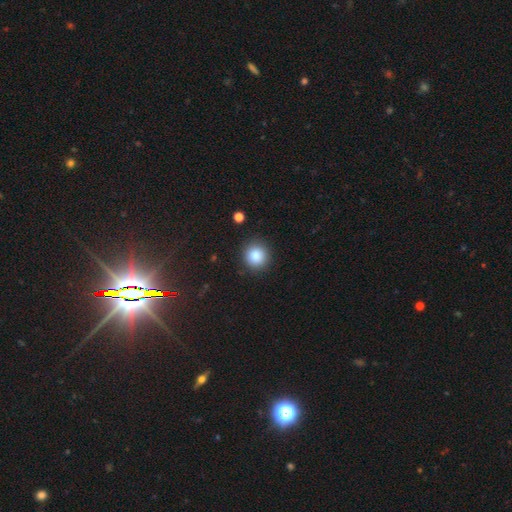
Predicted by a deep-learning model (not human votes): This appears to be a smooth galaxy with no disk features (86%) that is round (91%). Merging: none (89%).